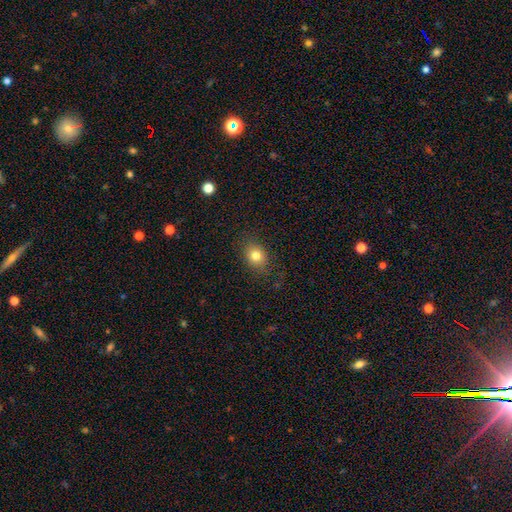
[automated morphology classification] smooth_or_featured: smooth (p=0.79) [alt: star or artifact p=0.12]
how_rounded: round (p=0.54) [alt: in between p=0.45]
merging: none (p=0.85) [alt: minor disturbance p=0.11]